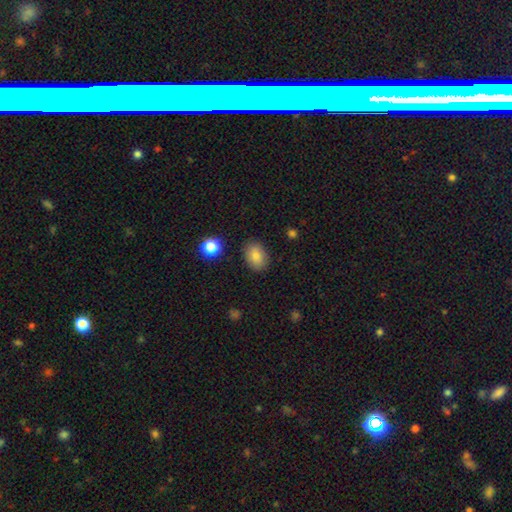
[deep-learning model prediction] Smooth or featured? Predicted: smooth (p=0.83). How rounded? Predicted: in between (p=0.79). Merging? Predicted: none (p=0.86).